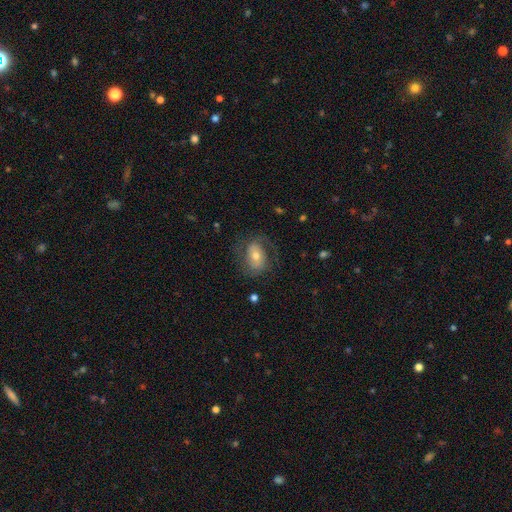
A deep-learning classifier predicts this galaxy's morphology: The model was most divided on "smooth or featured": featured or disk: 51%, smooth: 40%, star or artifact: 9%. More confident: edge-on disk — no (94%); merging — none (66%).